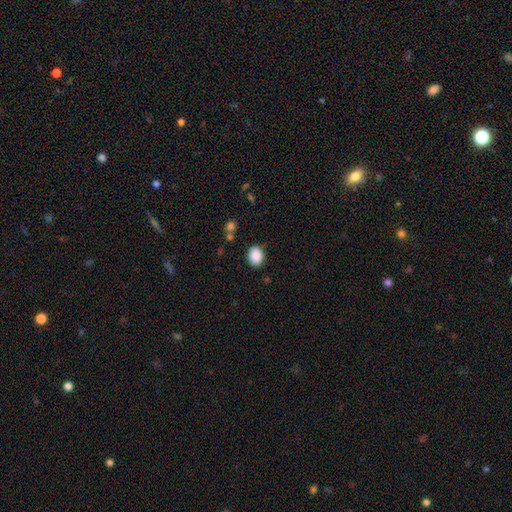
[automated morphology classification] This is clearly a smooth galaxy (89%). How rounded: likely in between (60%). Merging: clearly none (83%).